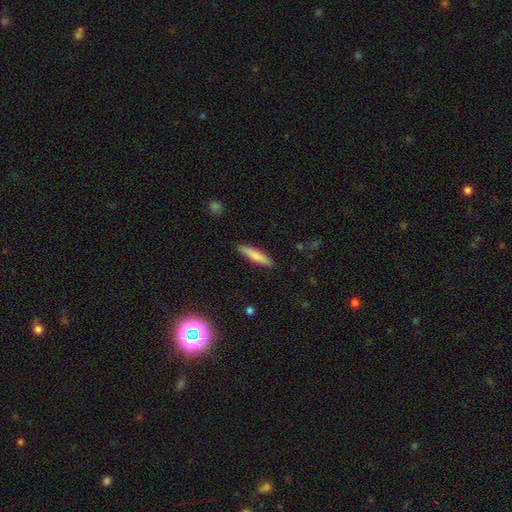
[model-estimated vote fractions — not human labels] This appears to be a smooth galaxy with no disk features (75%) that is cigar-shaped (87%). Merging: none (89%).